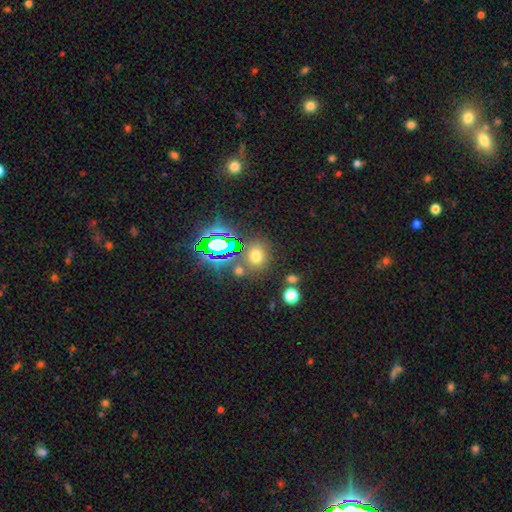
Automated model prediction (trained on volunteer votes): smooth-or-featured: smooth: 60% | star or artifact: 32% | featured or disk: 8%
  how-rounded: round: 78% | in between: 21% | cigar-shaped: 1%
  merging: none: 75% | merger: 10% | minor disturbance: 10% | major disturbance: 5%